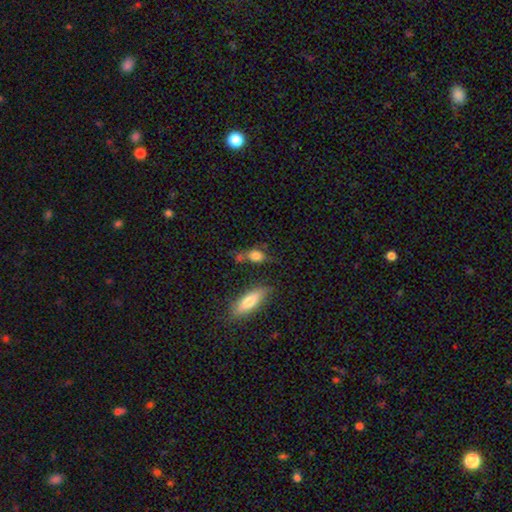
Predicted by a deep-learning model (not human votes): Smooth or featured? smooth (75%)
How rounded? in between (67%)
Merging? none (52%)